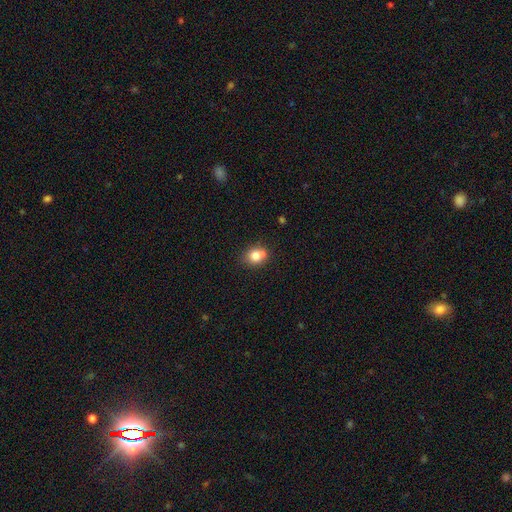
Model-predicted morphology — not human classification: The model was most divided on "how rounded": round: 59%, in between: 40%, cigar-shaped: 1%. More confident: smooth or featured — smooth (78%); merging — none (54%).